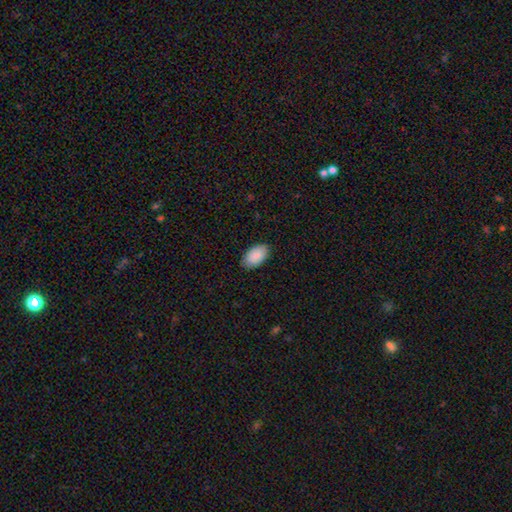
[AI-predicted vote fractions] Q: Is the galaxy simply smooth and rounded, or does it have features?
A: smooth — 89%.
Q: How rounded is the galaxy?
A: in between — 95%.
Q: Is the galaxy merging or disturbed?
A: none — 86%.